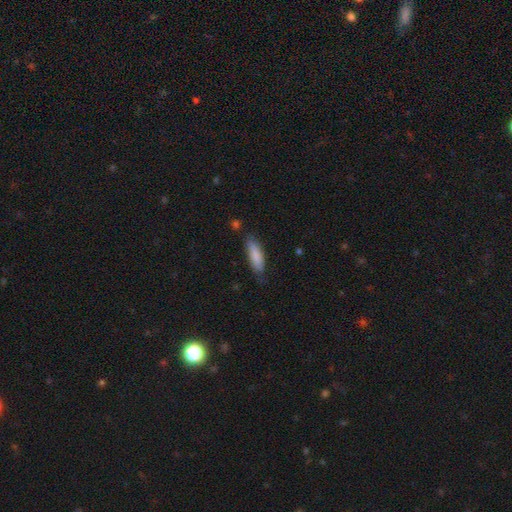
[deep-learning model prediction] Morphology: type=smooth (85%); roundness=cigar-shaped (51%); merging=none (74%).